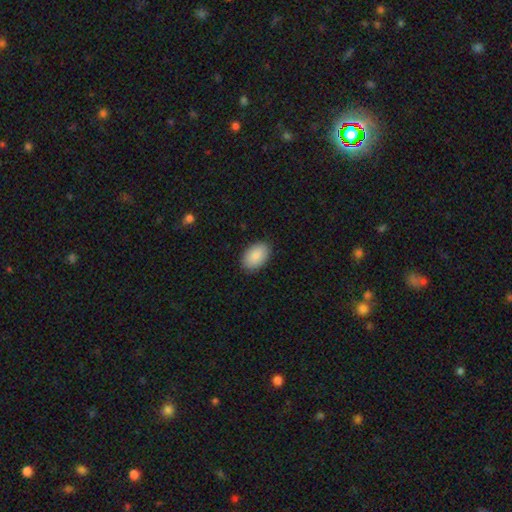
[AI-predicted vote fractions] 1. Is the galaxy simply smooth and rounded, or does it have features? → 88% smooth, 6% star or artifact, 6% featured or disk.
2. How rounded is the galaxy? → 91% in between, 8% round, 1% cigar-shaped.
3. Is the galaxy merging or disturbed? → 88% none, 9% minor disturbance, 2% major disturbance, 1% merger.